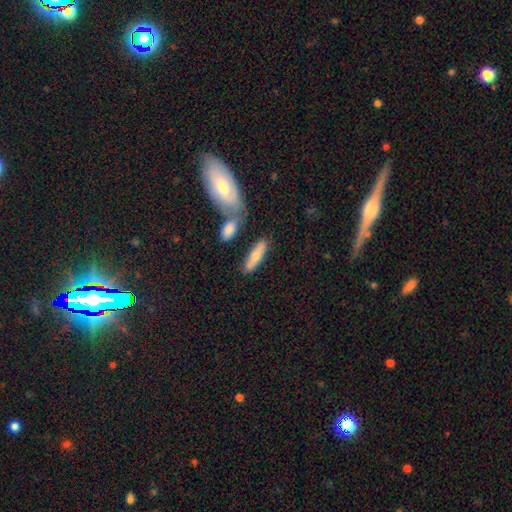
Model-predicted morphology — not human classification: Smooth or featured?
  - smooth: 61% *
  - featured or disk: 32%
  - star or artifact: 6%
How rounded?
  - cigar-shaped: 61% *
  - in between: 36%
  - round: 3%
Merging?
  - none: 66% *
  - merger: 16%
  - minor disturbance: 14%
  - major disturbance: 4%